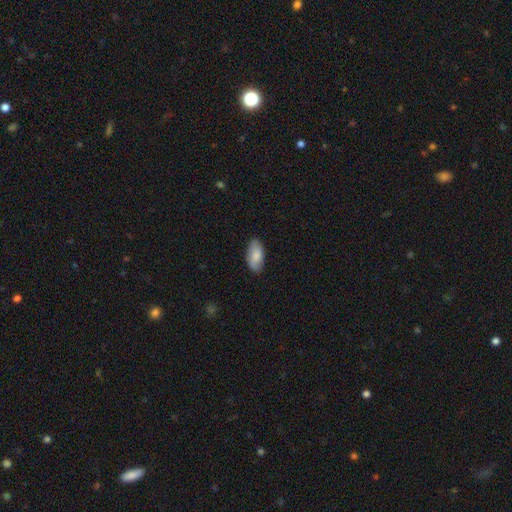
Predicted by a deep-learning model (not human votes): smooth 79%, featured or disk 15%, star or artifact 6%. Down the decision tree: how rounded — in between (93%); merging — none (81%).